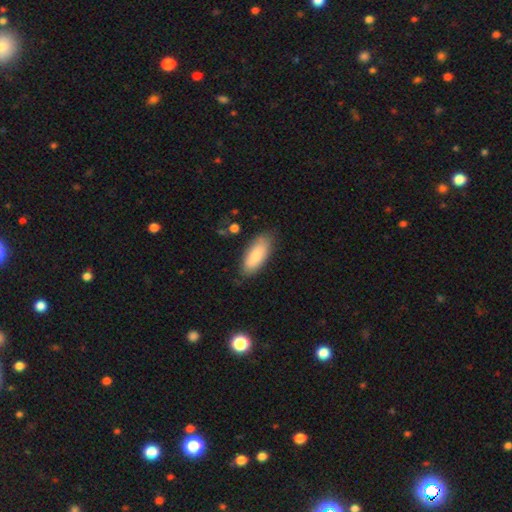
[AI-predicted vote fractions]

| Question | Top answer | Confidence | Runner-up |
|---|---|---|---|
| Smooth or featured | smooth | 81% | featured or disk (14%) |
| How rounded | in between | 83% | cigar-shaped (15%) |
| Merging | none | 78% | minor disturbance (17%) |